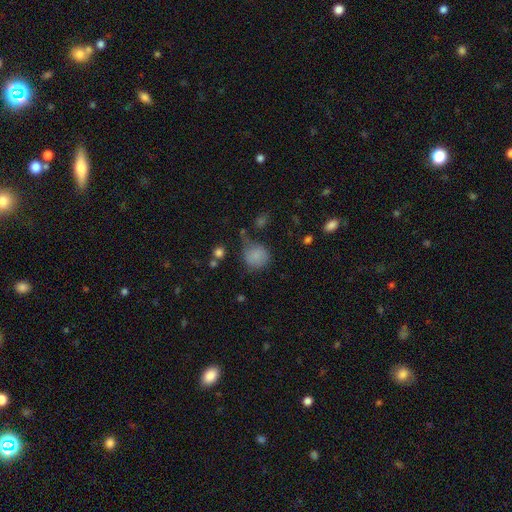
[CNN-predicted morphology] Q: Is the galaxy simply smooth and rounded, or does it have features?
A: smooth — 81%.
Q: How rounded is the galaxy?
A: round — 84%.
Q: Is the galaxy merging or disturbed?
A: none — 53%.